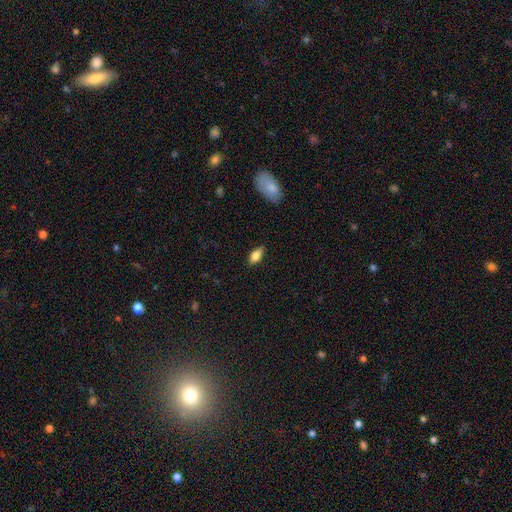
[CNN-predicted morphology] Smooth or featured?
  - smooth: 75% *
  - featured or disk: 18%
  - star or artifact: 7%
How rounded?
  - in between: 84% *
  - cigar-shaped: 12%
  - round: 4%
Merging?
  - none: 84% *
  - minor disturbance: 13%
  - major disturbance: 3%
  - merger: 1%